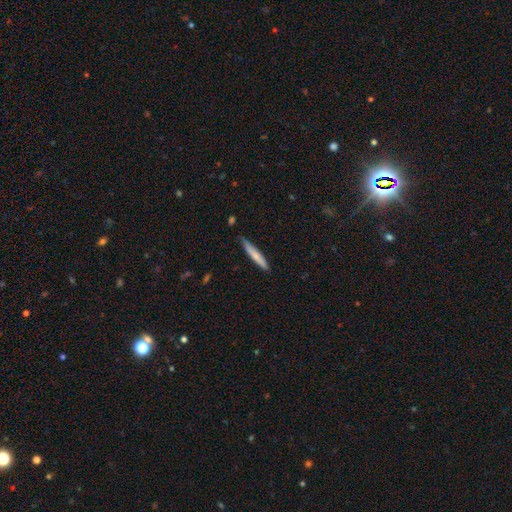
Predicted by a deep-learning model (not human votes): This is likely a smooth galaxy (71%). How rounded: clearly cigar-shaped (94%). Merging: clearly none (83%).